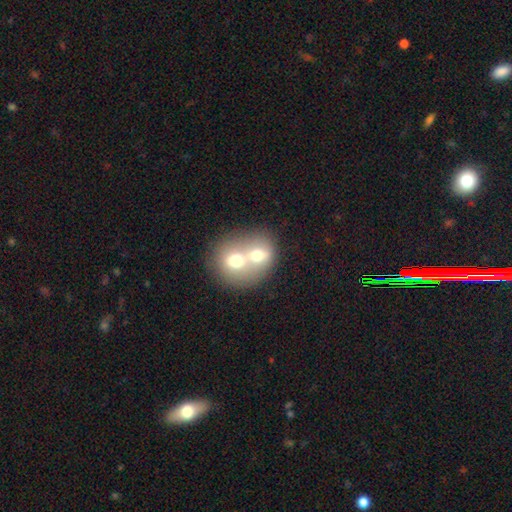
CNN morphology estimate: smooth 65%, featured or disk 26%, star or artifact 9%. Down the decision tree: how rounded — round (65%); merging — merger (76%).